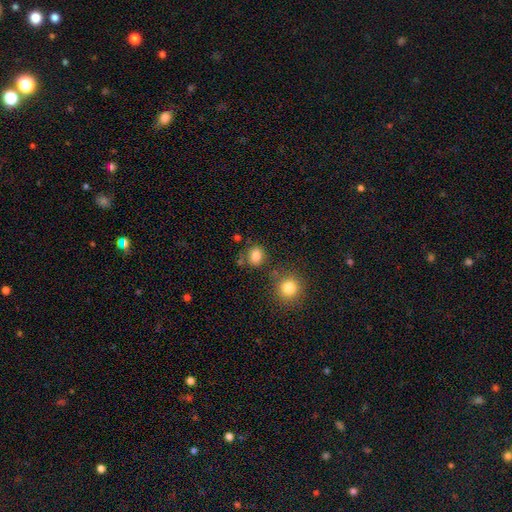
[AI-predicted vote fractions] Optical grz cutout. It shows a smooth galaxy with no disk features (83%) that is round (63%). Merging: none (76%).